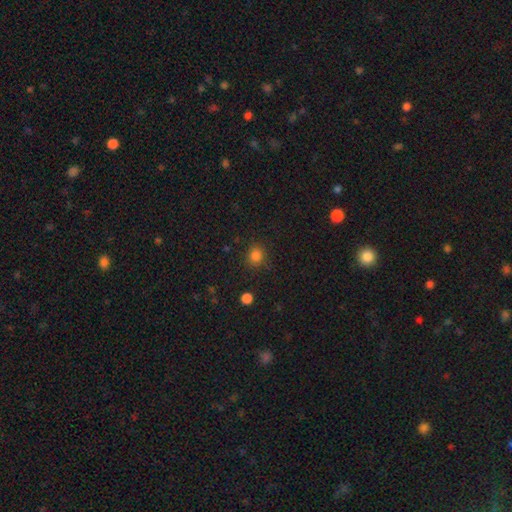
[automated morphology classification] Smooth or featured? Predicted: smooth (p=0.83). How rounded? Predicted: round (p=0.81). Merging? Predicted: none (p=0.87).